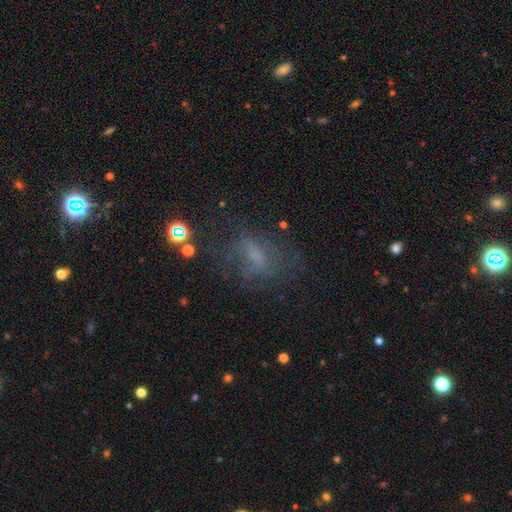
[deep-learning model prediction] Smooth or featured? smooth (42%)
Merging? none (53%)